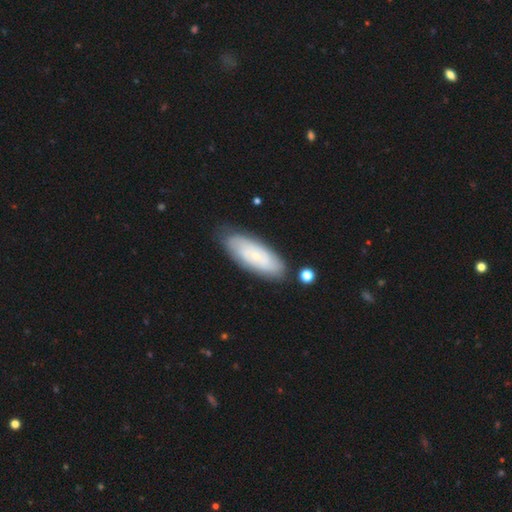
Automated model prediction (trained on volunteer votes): smooth_or_featured: featured or disk (p=0.56) [alt: smooth p=0.38]
disk_edge_on: no (p=0.86) [alt: yes p=0.14]
merging: none (p=0.79) [alt: minor disturbance p=0.15]